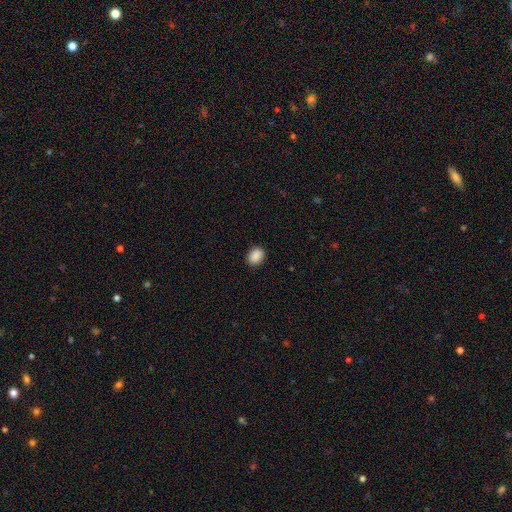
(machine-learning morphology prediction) type=smooth (89%); roundness=in between (59%); merging=none (89%).